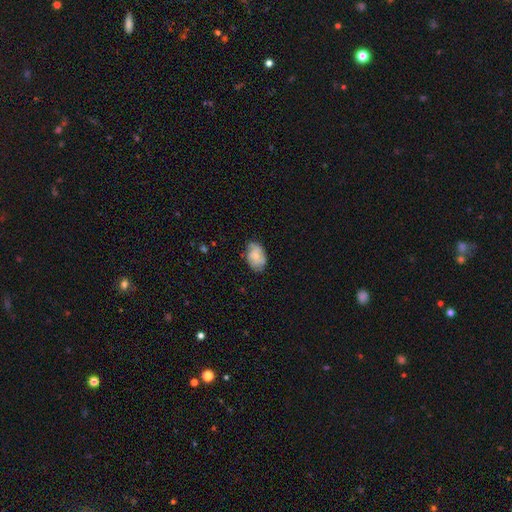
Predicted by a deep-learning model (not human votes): Smooth or featured: smooth — 67% (featured or disk — 25%)
How rounded: in between — 86% (round — 13%)
Merging: none — 63% (minor disturbance — 28%)